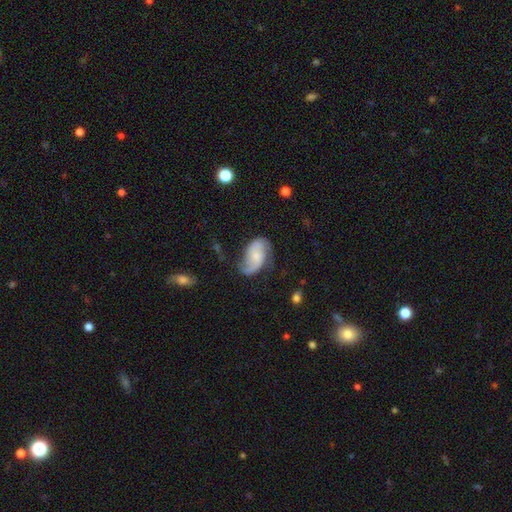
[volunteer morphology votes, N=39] Smooth or featured: featured or disk — 74% (smooth — 21%)
Edge-on disk: no — 93% (yes — 7%)
Bar: no — 67% (weak — 30%)
Spiral arms: yes — 100%
Spiral winding: medium — 37% (tight — 33%)
Spiral arm count: 2 — 67% (can't tell — 19%)
Bulge size: small — 74% (none — 15%)
Merging: none — 62% (minor disturbance — 24%)